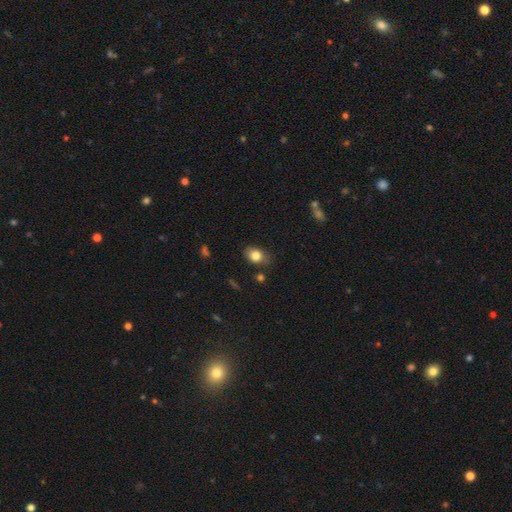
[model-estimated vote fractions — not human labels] smooth 81%, featured or disk 10%, star or artifact 9%. Down the decision tree: how rounded — in between (72%); merging — none (73%).